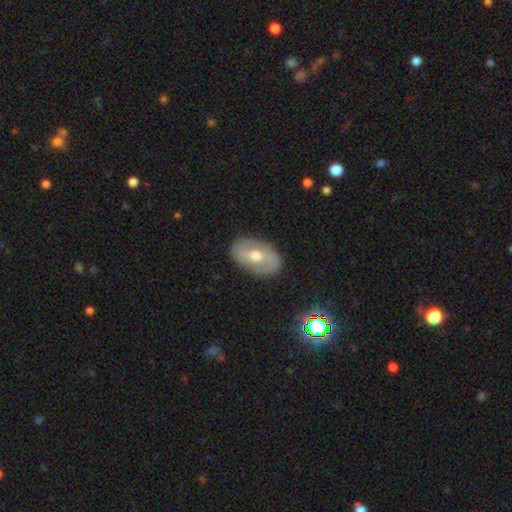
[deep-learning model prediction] This is possibly a featured or disk galaxy (51%). It is clearly not viewed edge-on (91%). Merging: clearly none (84%).